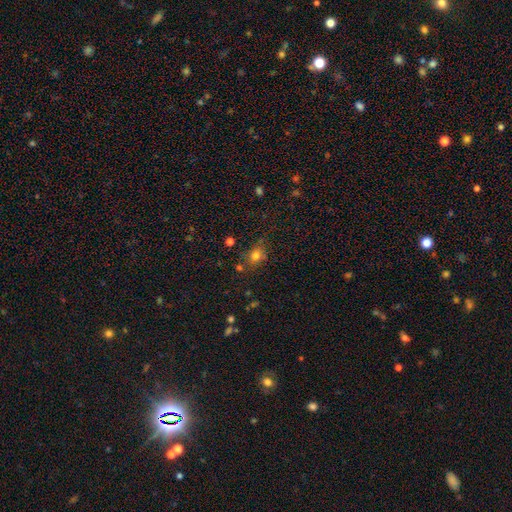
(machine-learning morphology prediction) The model was most divided on "how rounded": round: 61%, in between: 37%, cigar-shaped: 2%. More confident: smooth or featured — smooth (75%); merging — none (66%).